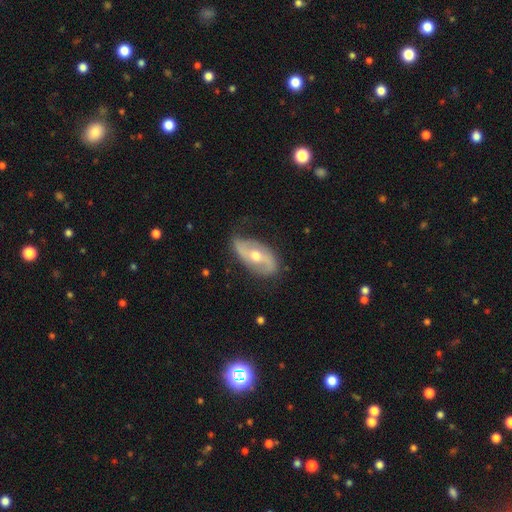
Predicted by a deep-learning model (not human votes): A featured or disk galaxy (75%) with no bar (43%), 2 (88%) loose (59%) spiral arms (85%) and a moderate central bulge (70%).

Vote fractions:
- Smooth or featured? featured or disk: 75% / smooth: 19% / star or artifact: 6%
- Edge-on disk? no: 91% / yes: 9%
- Bar? no: 43% / weak: 34% / strong: 23%
- Spiral arms? yes: 85% / no: 15%
- Spiral winding? loose: 59% / medium: 28% / tight: 13%
- Spiral arm count? 2: 88% / can't tell: 7% / 1: 2% / 3: 1% / 4: 1% / more than 4: 1%
- Bulge size? moderate: 70% / small: 24% / large: 3% / none: 1% / dominant: 1%
- Merging? none: 71% / minor disturbance: 22% / major disturbance: 6% / merger: 1%